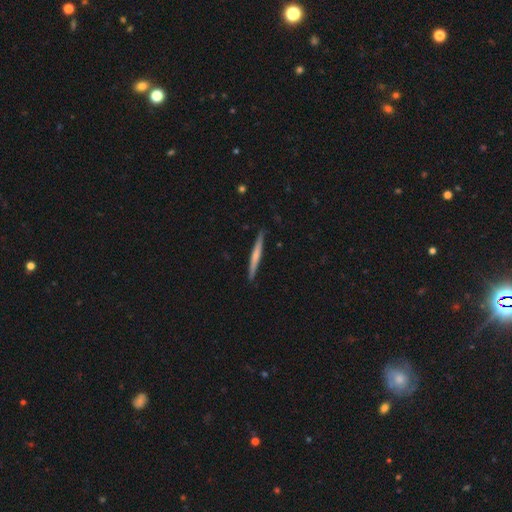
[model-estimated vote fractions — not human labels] Morphology: type=smooth (52%); roundness=cigar-shaped (97%); merging=none (90%).